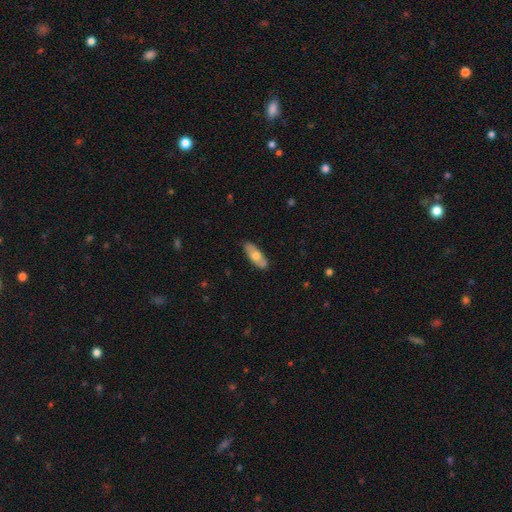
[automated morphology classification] smooth-or-featured: smooth: 64% | featured or disk: 31% | star or artifact: 6%
  how-rounded: in between: 73% | cigar-shaped: 24% | round: 2%
  merging: none: 82% | minor disturbance: 14% | major disturbance: 2% | merger: 1%